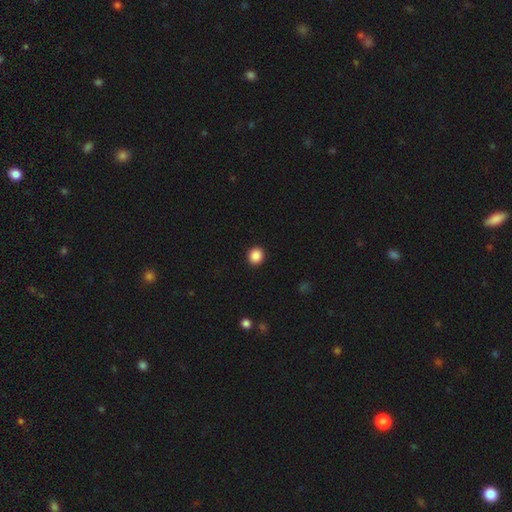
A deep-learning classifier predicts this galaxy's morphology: smooth_or_featured: smooth (p=0.88) [alt: star or artifact p=0.09]
how_rounded: round (p=0.87) [alt: in between p=0.12]
merging: none (p=0.93) [alt: minor disturbance p=0.05]